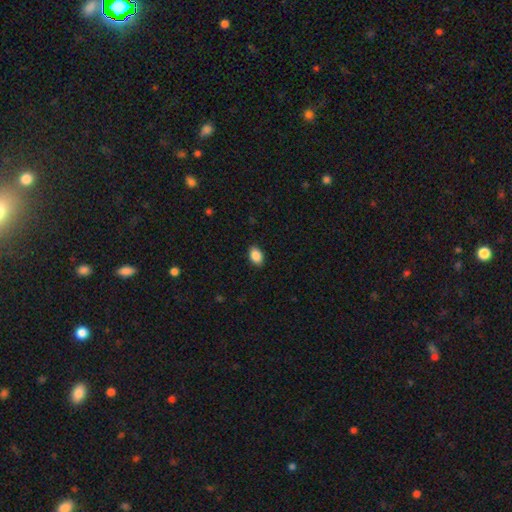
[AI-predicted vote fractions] smooth_or_featured: smooth (p=0.89) [alt: star or artifact p=0.08]
how_rounded: in between (p=0.87) [alt: round p=0.11]
merging: none (p=0.89) [alt: minor disturbance p=0.08]